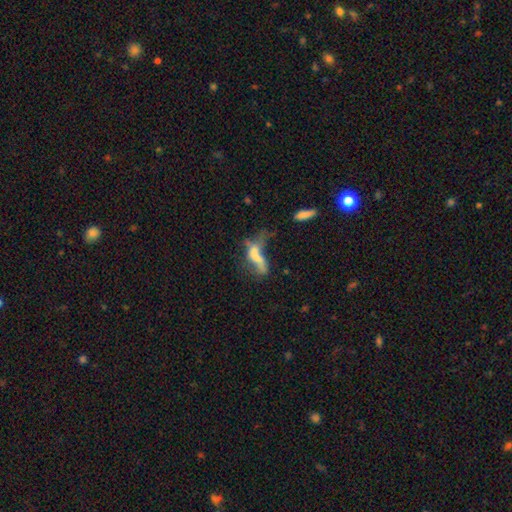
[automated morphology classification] A smooth galaxy with no disk features (46%). Merging: major disturbance (42%).